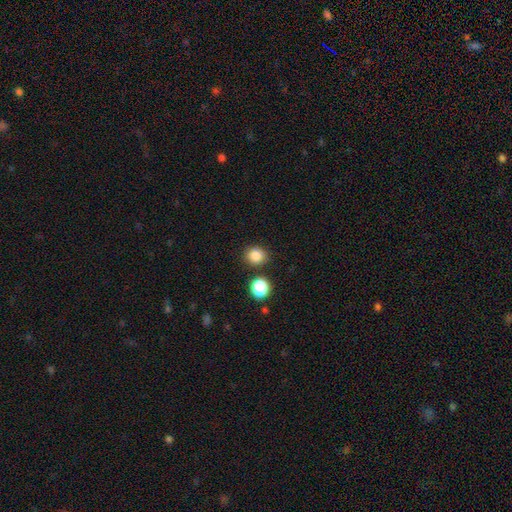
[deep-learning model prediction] Morphology: type=smooth (84%); roundness=round (81%); merging=none (83%).